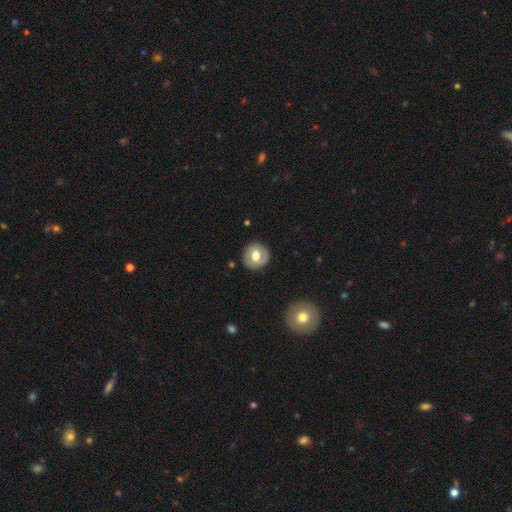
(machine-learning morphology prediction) A featured or disk galaxy (48%).

Vote fractions:
- Smooth or featured? featured or disk: 48% / smooth: 46% / star or artifact: 6%
- Merging? none: 86% / minor disturbance: 10% / major disturbance: 3% / merger: 1%